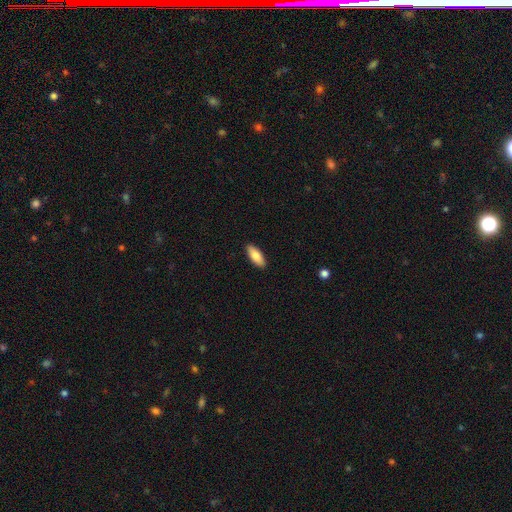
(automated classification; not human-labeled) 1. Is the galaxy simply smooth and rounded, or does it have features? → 84% smooth, 11% featured or disk, 6% star or artifact.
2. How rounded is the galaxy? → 78% in between, 20% cigar-shaped, 2% round.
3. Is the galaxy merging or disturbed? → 90% none, 7% minor disturbance, 2% major disturbance, 1% merger.